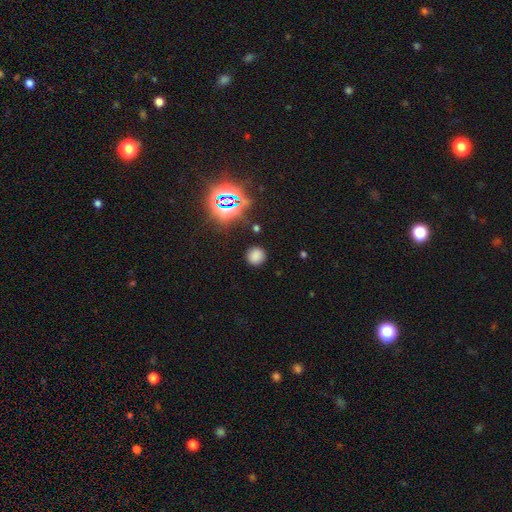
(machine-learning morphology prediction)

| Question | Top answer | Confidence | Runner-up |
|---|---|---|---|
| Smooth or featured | smooth | 72% | star or artifact (22%) |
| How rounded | round | 90% | in between (9%) |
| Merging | none | 86% | minor disturbance (9%) |